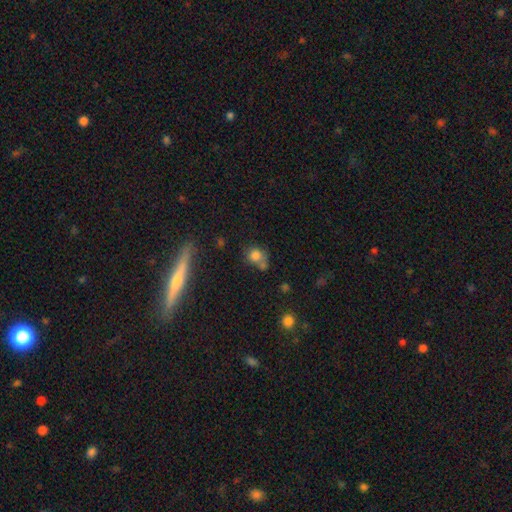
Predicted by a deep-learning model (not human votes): smooth_or_featured: smooth (p=0.77) [alt: star or artifact p=0.13]
how_rounded: round (p=0.74) [alt: in between p=0.25]
merging: none (p=0.45) [alt: merger p=0.30]